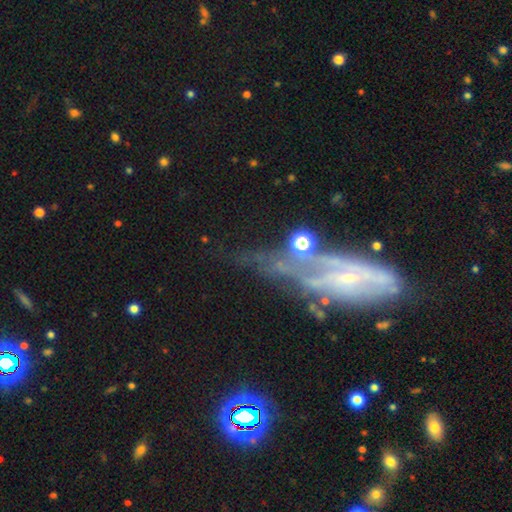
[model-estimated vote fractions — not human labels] Q: Smooth or featured?
A: featured or disk (69%); runner-up: smooth (16%)
Q: Edge-on disk?
A: no (71%); runner-up: yes (29%)
Q: Merging?
A: none (34%); runner-up: major disturbance (28%)